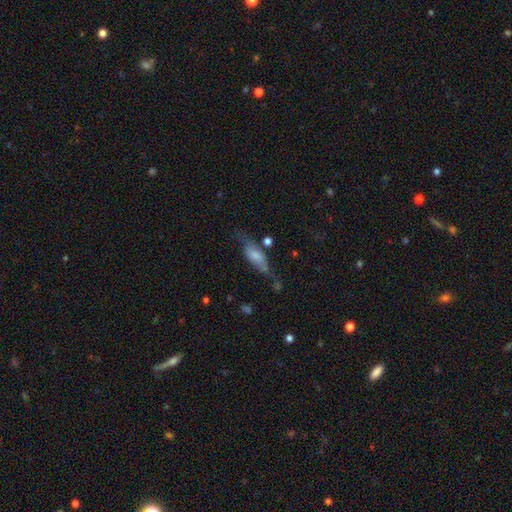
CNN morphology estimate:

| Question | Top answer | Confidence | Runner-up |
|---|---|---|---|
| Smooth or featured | smooth | 54% | featured or disk (38%) |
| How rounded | in between | 62% | cigar-shaped (35%) |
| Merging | none | 50% | minor disturbance (28%) |